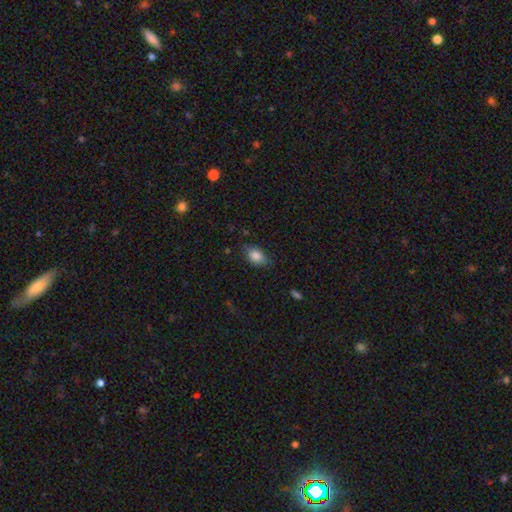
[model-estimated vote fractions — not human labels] Smooth or featured? smooth (85%)
How rounded? in between (81%)
Merging? none (76%)